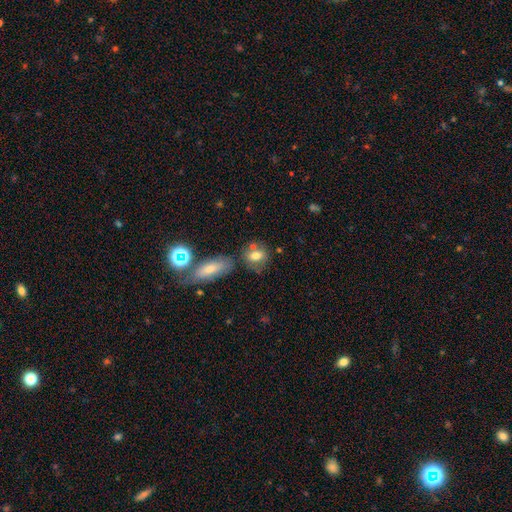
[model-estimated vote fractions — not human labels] Overall: smooth (74%). How rounded: in between (66%; round 29%). Merging: none (58%; merger 19%).